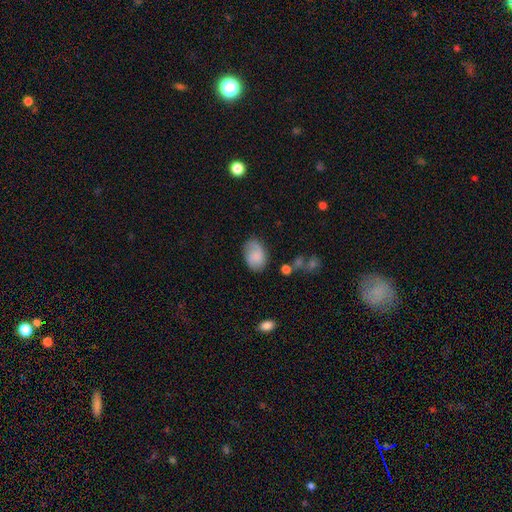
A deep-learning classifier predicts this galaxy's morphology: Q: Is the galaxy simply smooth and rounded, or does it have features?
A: smooth — 66%.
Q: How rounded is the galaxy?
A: in between — 81%.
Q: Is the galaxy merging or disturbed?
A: none — 65%.